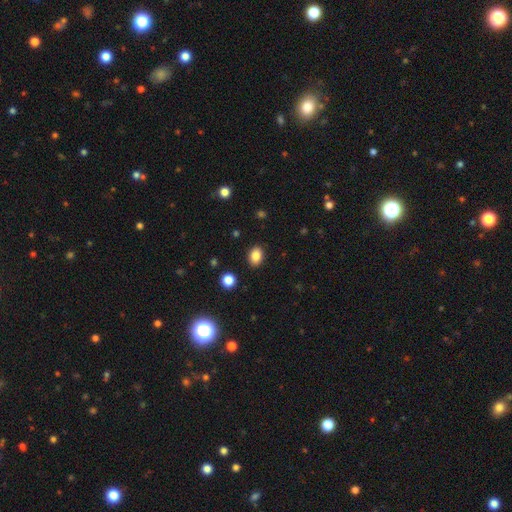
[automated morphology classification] Smooth or featured: smooth — 85% (star or artifact — 10%)
How rounded: in between — 71% (round — 28%)
Merging: none — 89% (minor disturbance — 7%)